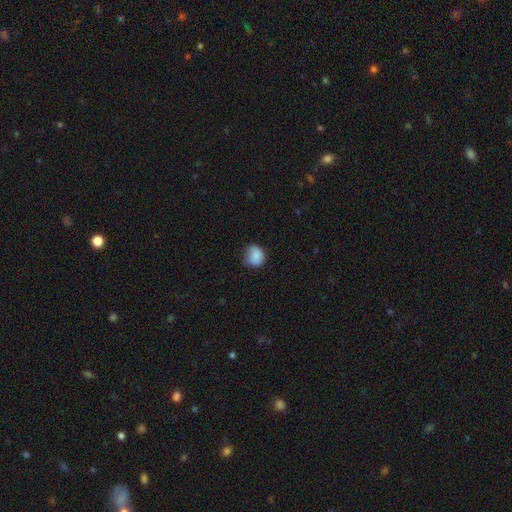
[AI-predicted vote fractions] This is clearly a smooth galaxy (84%). How rounded: likely round (73%). Merging: possibly none (59%).